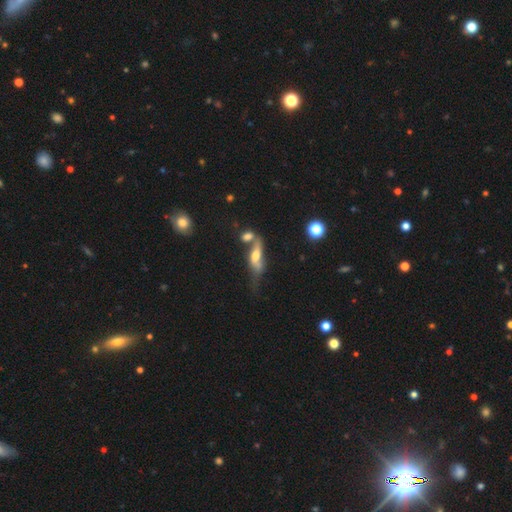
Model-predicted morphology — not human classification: Overall: featured or disk (50%; smooth 40%). Edge-on disk: yes (52%; no 48%). Merging: merger (44%; none 25%).